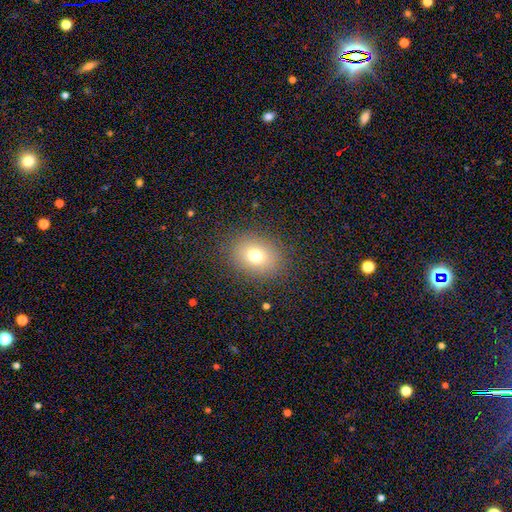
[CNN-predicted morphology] Smooth or featured? Predicted: smooth (p=0.73). How rounded? Predicted: in between (p=0.51). Merging? Predicted: none (p=0.86).